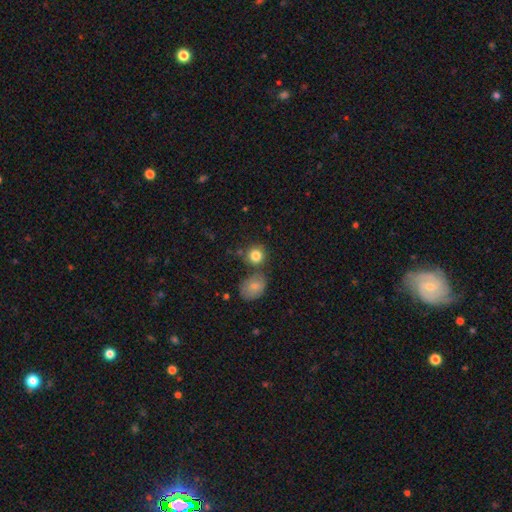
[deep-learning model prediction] Smooth or featured?
  - smooth: 83% *
  - star or artifact: 10%
  - featured or disk: 8%
How rounded?
  - round: 85% *
  - in between: 14%
  - cigar-shaped: 1%
Merging?
  - none: 65% *
  - merger: 20%
  - minor disturbance: 11%
  - major disturbance: 4%